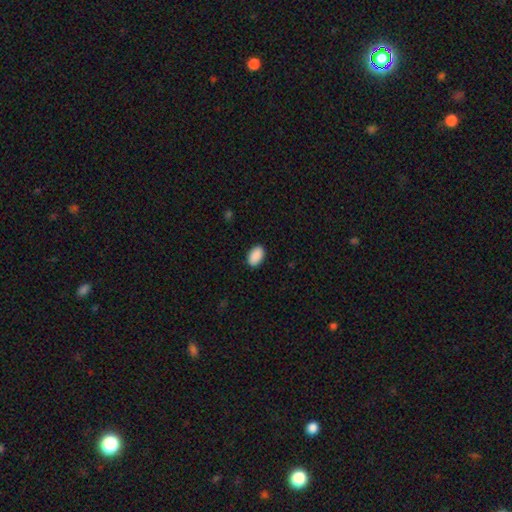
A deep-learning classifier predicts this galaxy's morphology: Smooth or featured? Predicted: smooth (p=0.91). How rounded? Predicted: in between (p=0.93). Merging? Predicted: none (p=0.89).